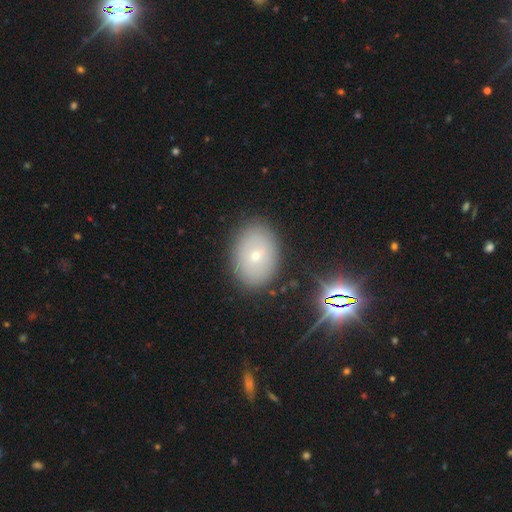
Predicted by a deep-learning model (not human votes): Overall: smooth (58%; featured or disk 26%). How rounded: in between (79%). Merging: none (85%).